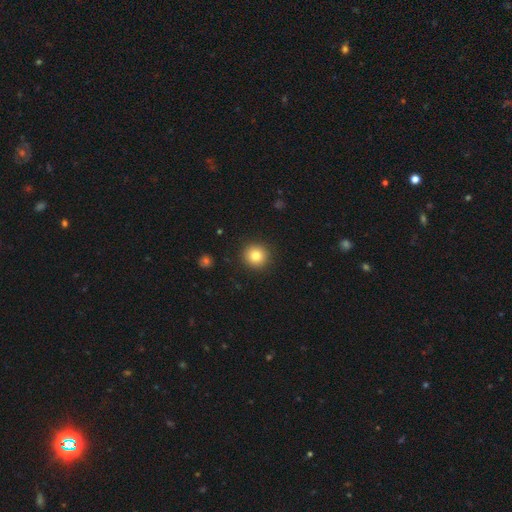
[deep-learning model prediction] smooth 83%, star or artifact 10%, featured or disk 7%. Down the decision tree: how rounded — round (94%); merging — none (92%).